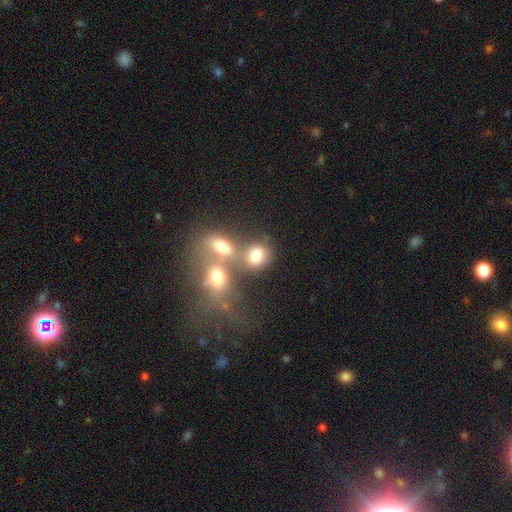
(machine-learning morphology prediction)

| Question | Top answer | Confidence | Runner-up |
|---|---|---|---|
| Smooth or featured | smooth | 75% | star or artifact (13%) |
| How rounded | round | 60% | in between (39%) |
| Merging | merger | 46% | none (38%) |